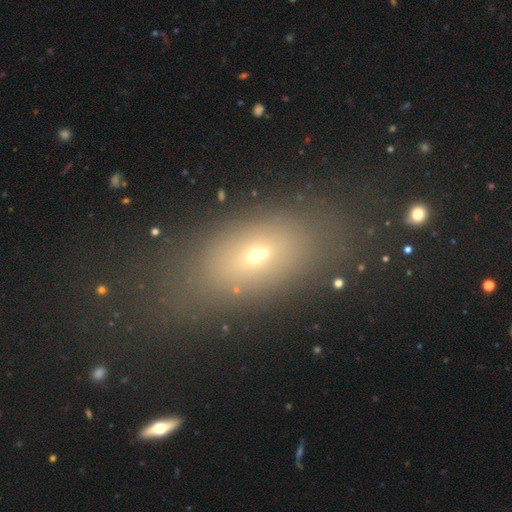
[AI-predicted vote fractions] Q: Smooth or featured?
A: smooth (59%); runner-up: star or artifact (21%)
Q: How rounded?
A: in between (75%); runner-up: round (14%)
Q: Merging?
A: none (75%); runner-up: minor disturbance (12%)